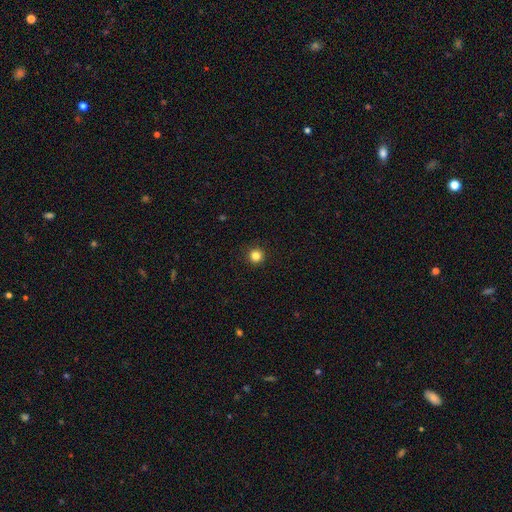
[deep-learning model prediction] Q: Smooth or featured?
A: smooth (83%); runner-up: star or artifact (13%)
Q: How rounded?
A: round (96%); runner-up: in between (3%)
Q: Merging?
A: none (93%); runner-up: minor disturbance (5%)